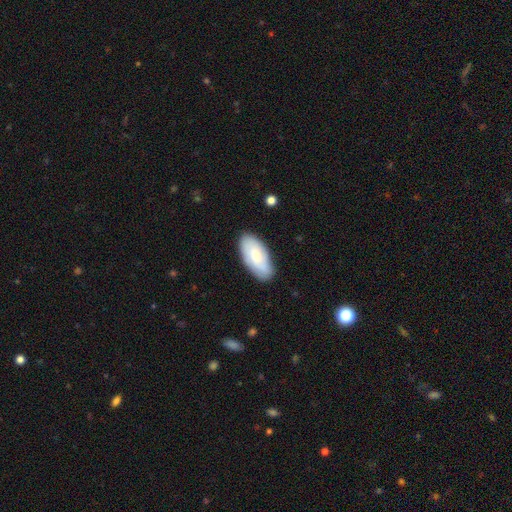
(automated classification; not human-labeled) Smooth or featured? smooth (64%)
How rounded? in between (93%)
Merging? none (79%)